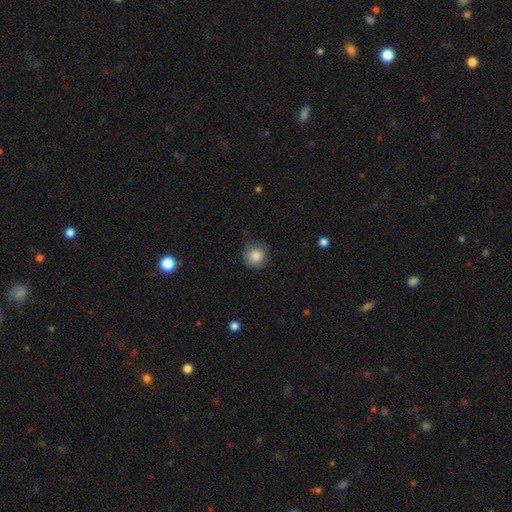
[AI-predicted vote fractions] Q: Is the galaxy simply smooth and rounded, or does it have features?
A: smooth — 85%.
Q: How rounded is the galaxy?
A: round — 93%.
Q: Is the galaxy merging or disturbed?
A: none — 81%.